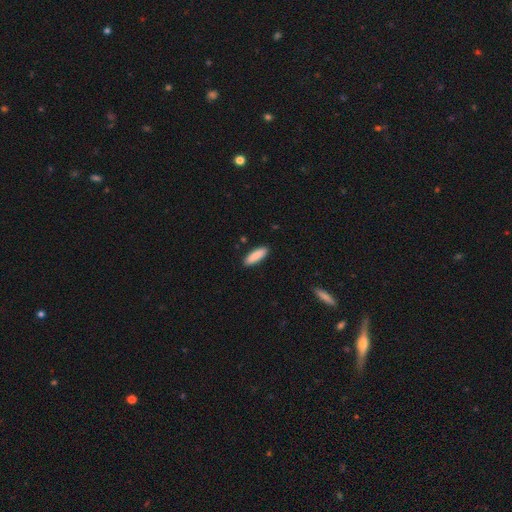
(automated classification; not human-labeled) Smooth or featured? smooth (89%)
How rounded? in between (52%)
Merging? none (90%)